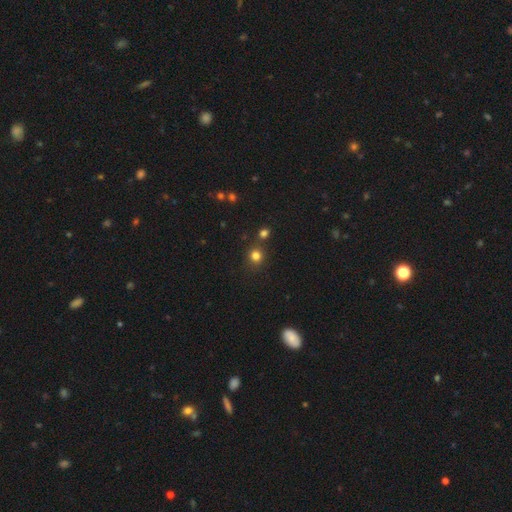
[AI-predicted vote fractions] smooth_or_featured: smooth (p=0.79) [alt: star or artifact p=0.16]
how_rounded: round (p=0.89) [alt: in between p=0.10]
merging: none (p=0.79) [alt: merger p=0.10]